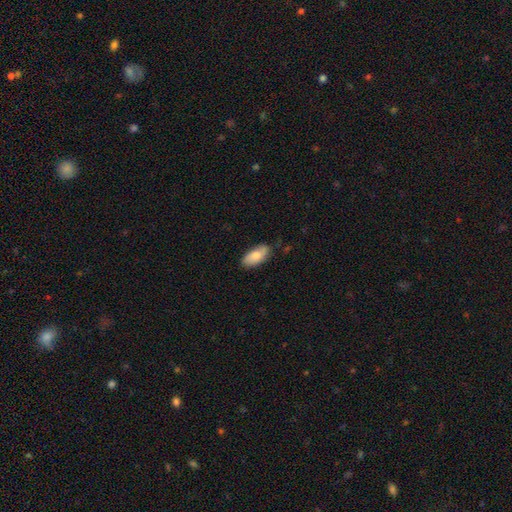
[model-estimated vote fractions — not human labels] This is likely a smooth galaxy (77%). How rounded: clearly in between (91%). Merging: likely none (73%).